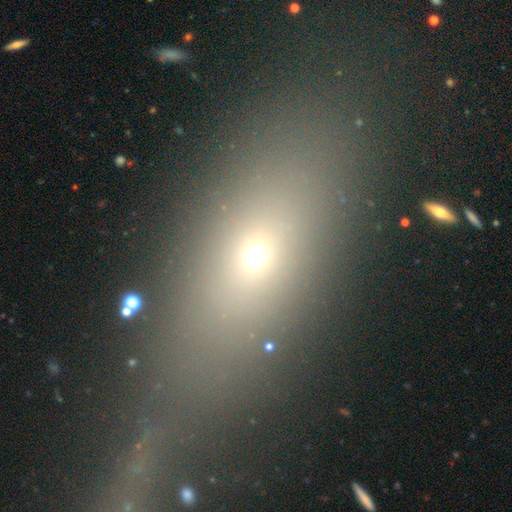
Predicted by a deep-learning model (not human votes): smooth 59%, star or artifact 23%, featured or disk 18%. Down the decision tree: how rounded — in between (67%); merging — none (73%).